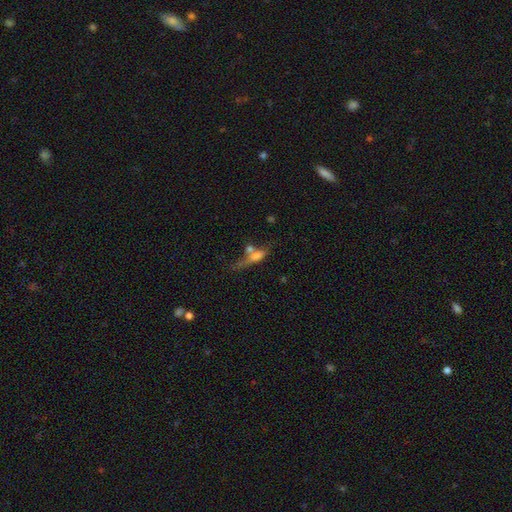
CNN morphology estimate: Smooth or featured? Predicted: smooth (p=0.55). How rounded? Predicted: cigar-shaped (p=0.56). Merging? Predicted: none (p=0.35).